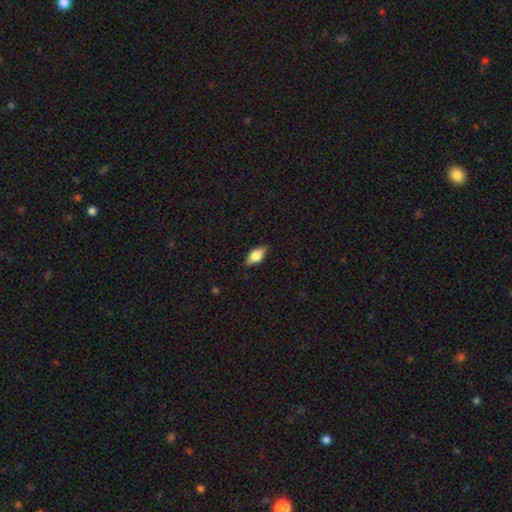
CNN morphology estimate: Smooth or featured? Predicted: smooth (p=0.61). How rounded? Predicted: in between (p=0.81). Merging? Predicted: none (p=0.84).